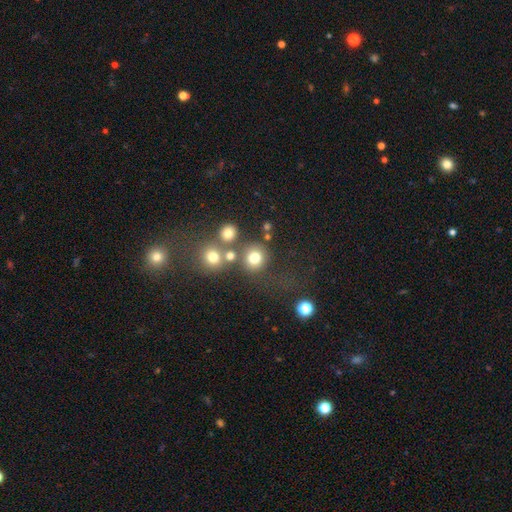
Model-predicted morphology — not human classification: The model was most divided on "merging": none: 64%, merger: 18%, minor disturbance: 10%, major disturbance: 7%. More confident: how rounded — round (87%); smooth or featured — smooth (75%).